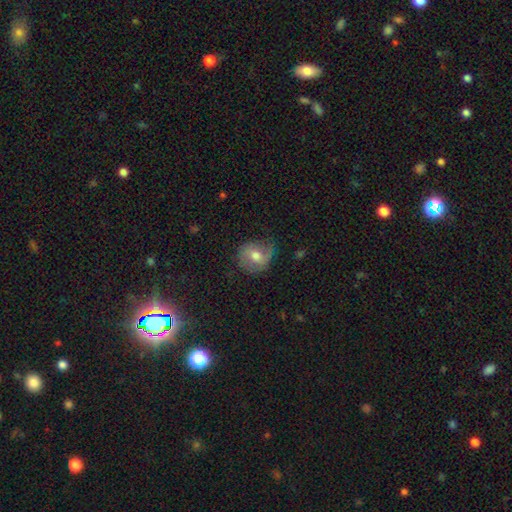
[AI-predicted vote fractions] Smooth or featured? Predicted: smooth (p=0.51). How rounded? Predicted: round (p=0.75). Merging? Predicted: none (p=0.61).